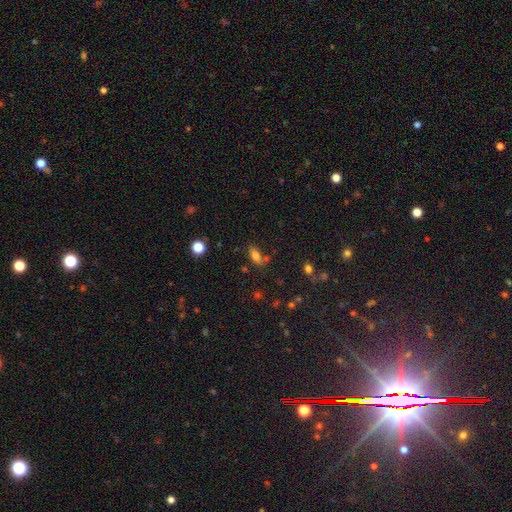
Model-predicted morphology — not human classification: smooth 79%, star or artifact 13%, featured or disk 8%. Down the decision tree: how rounded — in between (82%); merging — none (68%).